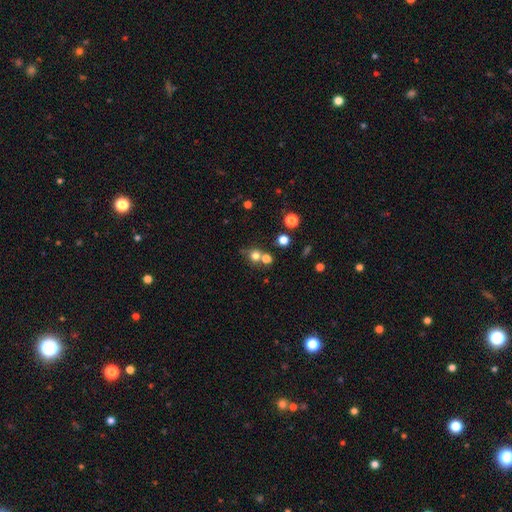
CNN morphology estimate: smooth-or-featured: smooth: 72% | star or artifact: 17% | featured or disk: 11%
  how-rounded: round: 85% | in between: 14% | cigar-shaped: 1%
  merging: none: 52% | merger: 36% | minor disturbance: 8% | major disturbance: 4%